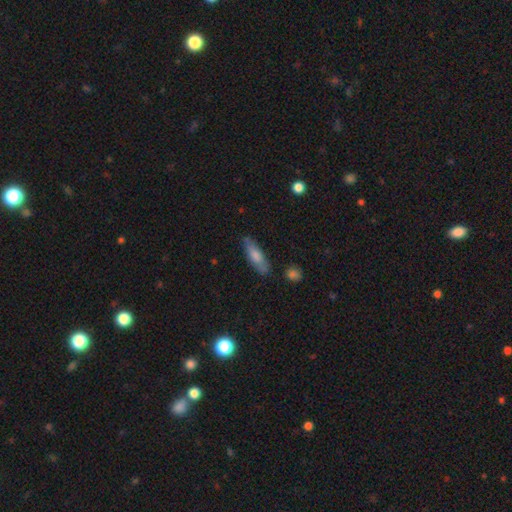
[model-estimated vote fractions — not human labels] Smooth or featured? Predicted: smooth (p=0.71). How rounded? Predicted: cigar-shaped (p=0.57). Merging? Predicted: none (p=0.80).